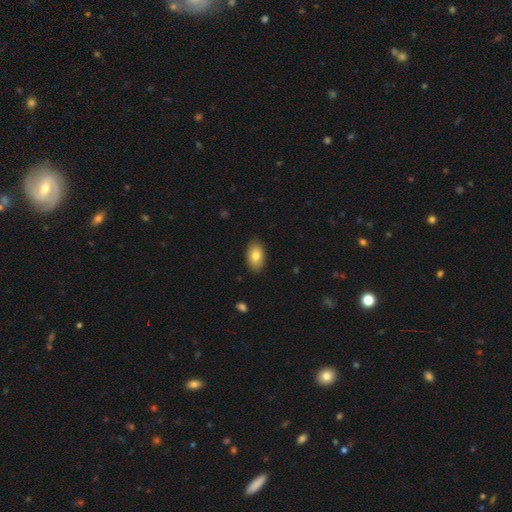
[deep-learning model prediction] Morphology: type=smooth (80%); roundness=in between (92%); merging=none (87%).